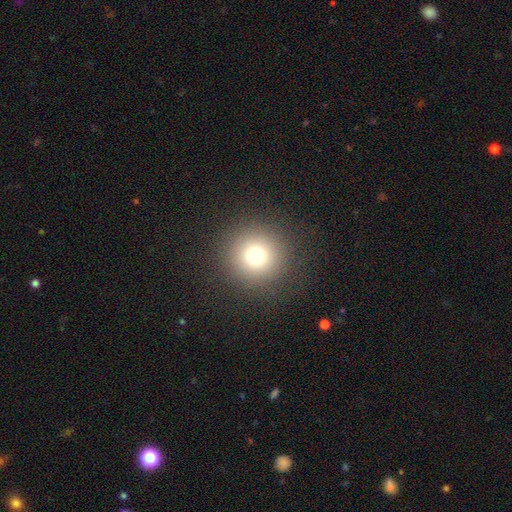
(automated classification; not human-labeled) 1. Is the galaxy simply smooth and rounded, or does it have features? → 75% smooth, 16% star or artifact, 9% featured or disk.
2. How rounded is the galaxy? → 95% round, 4% in between, 1% cigar-shaped.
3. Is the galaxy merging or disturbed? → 91% none, 5% minor disturbance, 3% major disturbance, 1% merger.